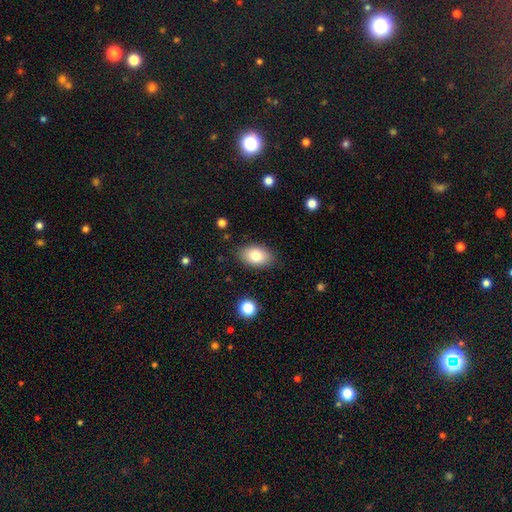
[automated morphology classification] smooth_or_featured: smooth (p=0.80) [alt: featured or disk p=0.12]
how_rounded: in between (p=0.89) [alt: round p=0.09]
merging: none (p=0.86) [alt: minor disturbance p=0.10]